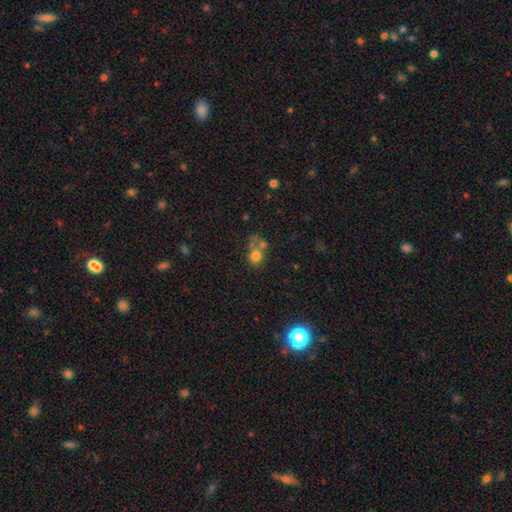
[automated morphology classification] Smooth or featured: smooth — 73% (featured or disk — 14%)
How rounded: round — 73% (in between — 26%)
Merging: merger — 45% (none — 34%)